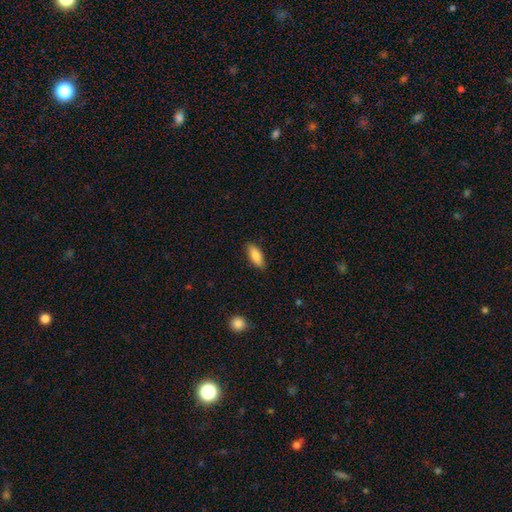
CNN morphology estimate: smooth-or-featured: smooth: 85% | featured or disk: 8% | star or artifact: 6%
  how-rounded: in between: 78% | cigar-shaped: 20% | round: 2%
  merging: none: 86% | minor disturbance: 11% | major disturbance: 2% | merger: 1%